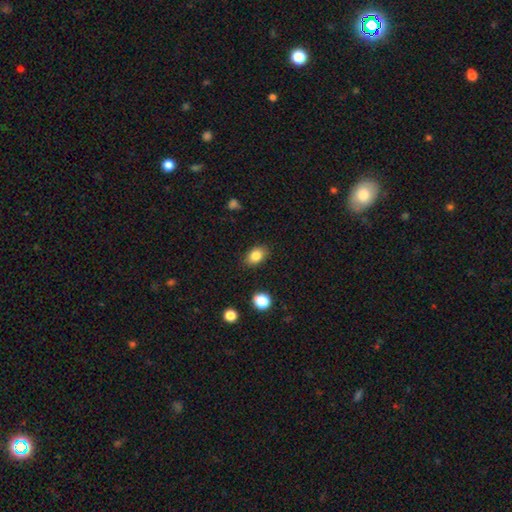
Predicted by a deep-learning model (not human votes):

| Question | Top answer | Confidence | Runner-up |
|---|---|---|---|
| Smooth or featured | smooth | 84% | star or artifact (9%) |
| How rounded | in between | 78% | round (20%) |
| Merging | none | 85% | minor disturbance (11%) |